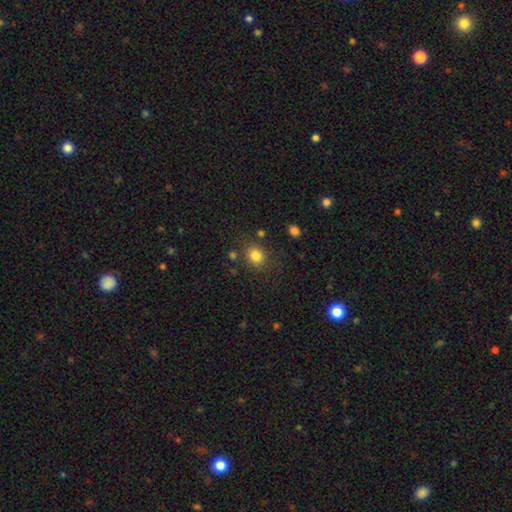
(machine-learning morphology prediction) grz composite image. It shows a smooth galaxy with no disk features (82%) that is round (67%). Merging: none (79%).